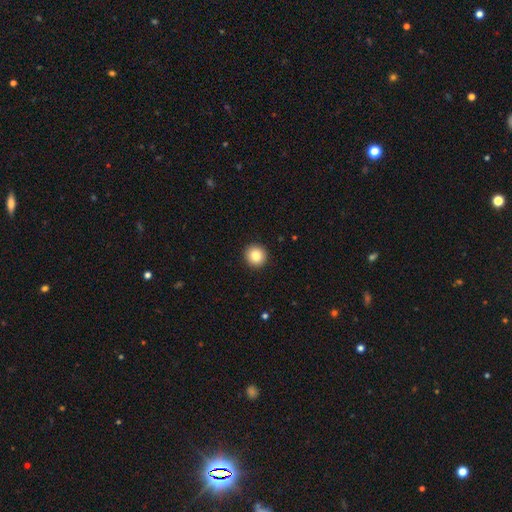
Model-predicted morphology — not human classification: Smooth or featured? Predicted: smooth (p=0.83). How rounded? Predicted: round (p=0.94). Merging? Predicted: none (p=0.93).